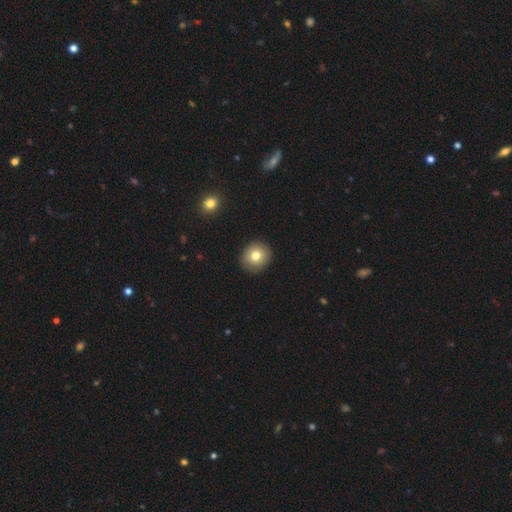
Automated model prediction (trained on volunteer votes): Morphology: type=smooth (77%); roundness=round (83%); merging=none (89%).